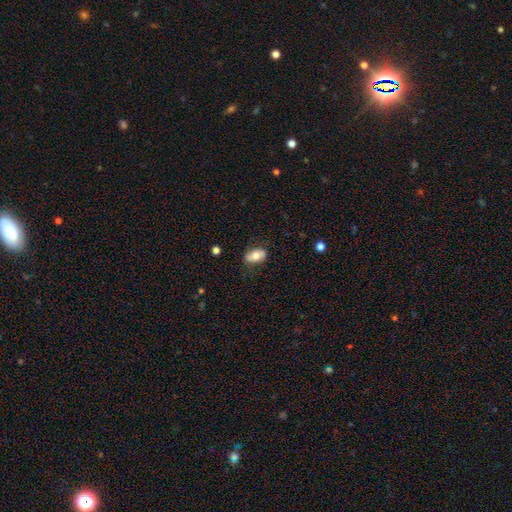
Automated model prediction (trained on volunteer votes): Smooth or featured?
  - smooth: 67% *
  - featured or disk: 26%
  - star or artifact: 7%
How rounded?
  - in between: 88% *
  - round: 9%
  - cigar-shaped: 3%
Merging?
  - none: 76% *
  - minor disturbance: 18%
  - major disturbance: 5%
  - merger: 2%